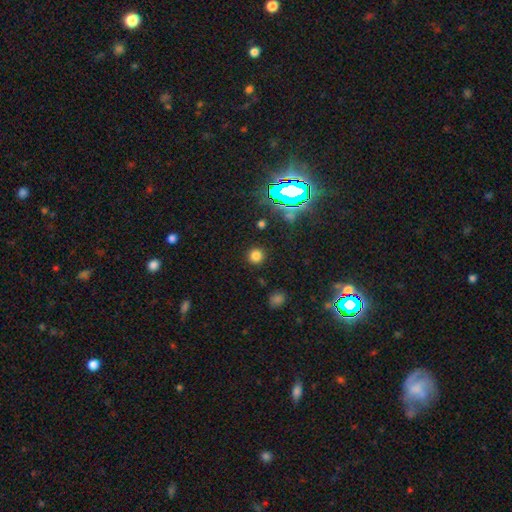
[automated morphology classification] This appears to be a smooth galaxy with no disk features (74%) that is round (93%). Merging: none (90%).